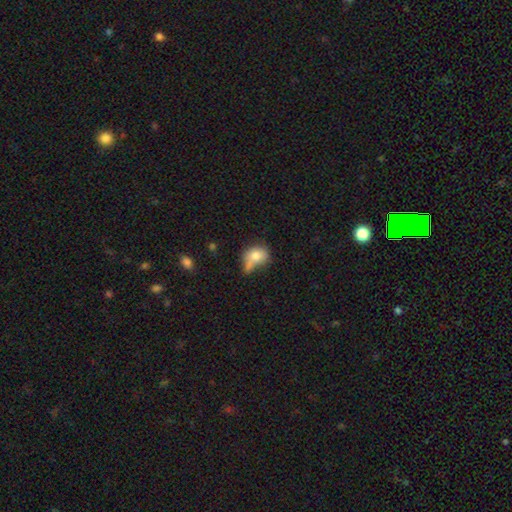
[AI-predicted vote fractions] Smooth or featured? smooth (74%)
How rounded? in between (55%)
Merging? none (30%, tied with merger)